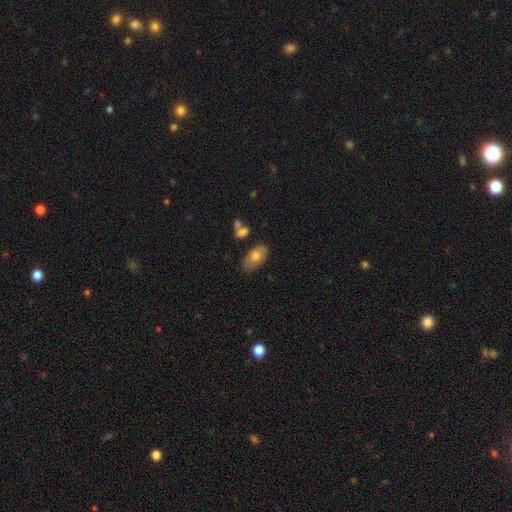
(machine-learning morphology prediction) Smooth or featured? smooth (75%)
How rounded? in between (93%)
Merging? none (68%)